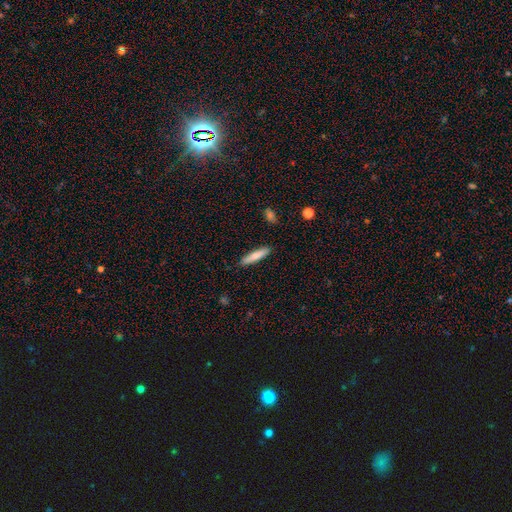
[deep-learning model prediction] smooth 73%, featured or disk 21%, star or artifact 6%. Down the decision tree: how rounded — cigar-shaped (84%); merging — none (89%).